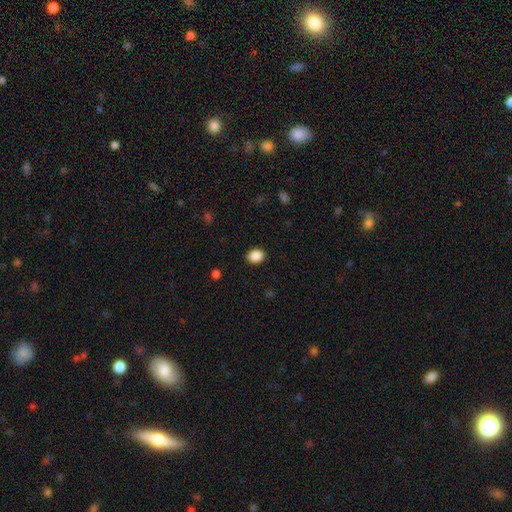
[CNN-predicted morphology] The model was most divided on "how rounded": in between: 59%, round: 40%, cigar-shaped: 1%. More confident: merging — none (90%); smooth or featured — smooth (88%).